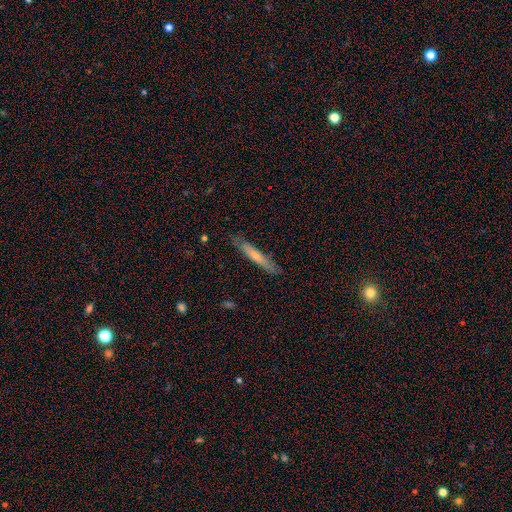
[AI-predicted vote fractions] Overall: smooth (58%; featured or disk 36%). How rounded: cigar-shaped (93%). Merging: none (82%).